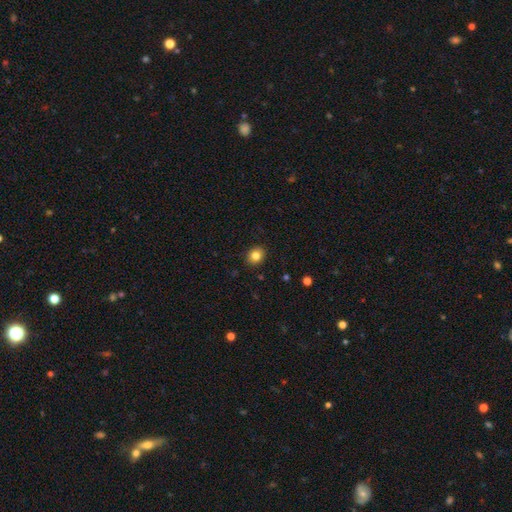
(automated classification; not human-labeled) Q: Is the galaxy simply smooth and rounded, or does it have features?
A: smooth — 83%.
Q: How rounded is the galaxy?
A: round — 64%.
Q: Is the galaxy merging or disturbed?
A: none — 90%.